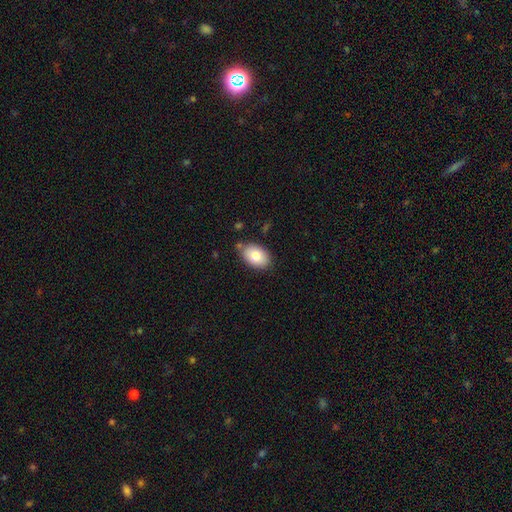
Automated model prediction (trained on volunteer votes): Smooth or featured? Predicted: smooth (p=0.80). How rounded? Predicted: in between (p=0.87). Merging? Predicted: none (p=0.79).